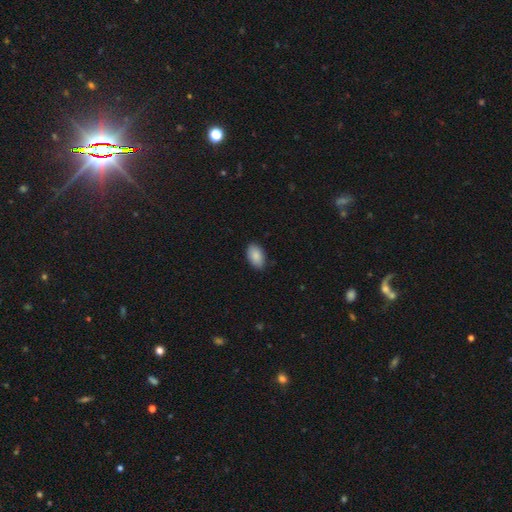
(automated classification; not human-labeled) Morphology: type=smooth (89%); roundness=in between (93%); merging=none (86%).